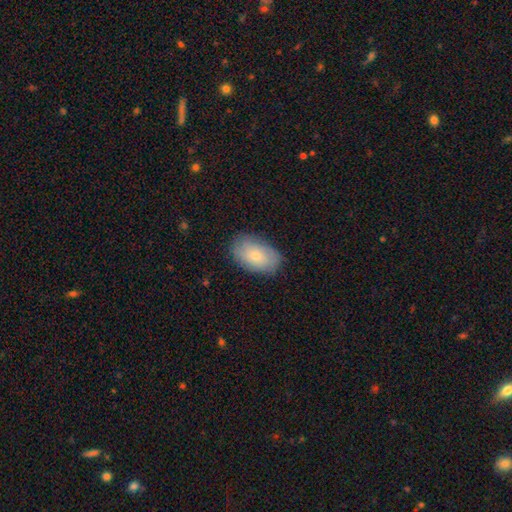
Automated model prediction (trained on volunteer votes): Smooth or featured: smooth — 73% (featured or disk — 20%)
How rounded: in between — 92% (round — 7%)
Merging: none — 82% (minor disturbance — 14%)